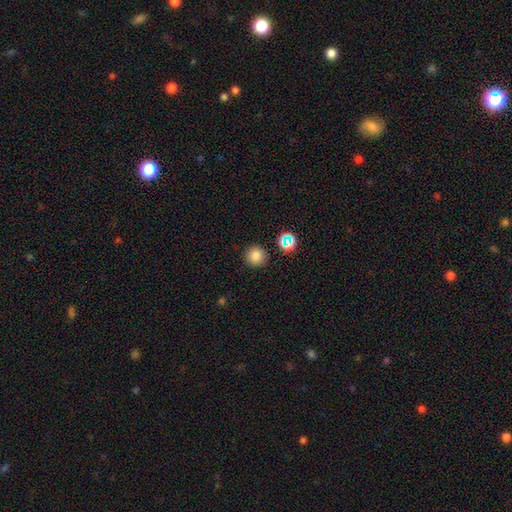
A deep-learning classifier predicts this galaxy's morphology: Overall: smooth (79%). How rounded: round (95%). Merging: none (90%).